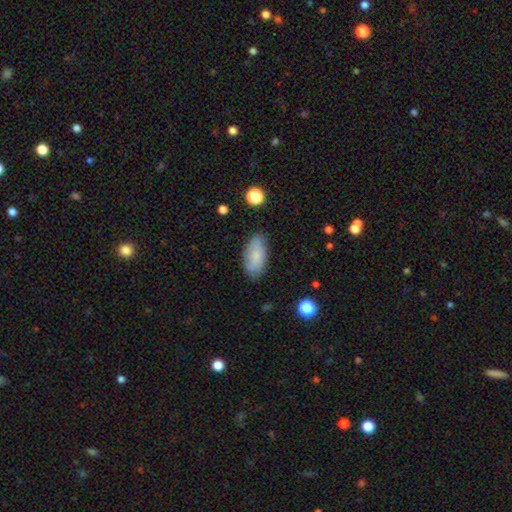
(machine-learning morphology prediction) Smooth or featured? smooth (77%)
How rounded? in between (92%)
Merging? none (79%)